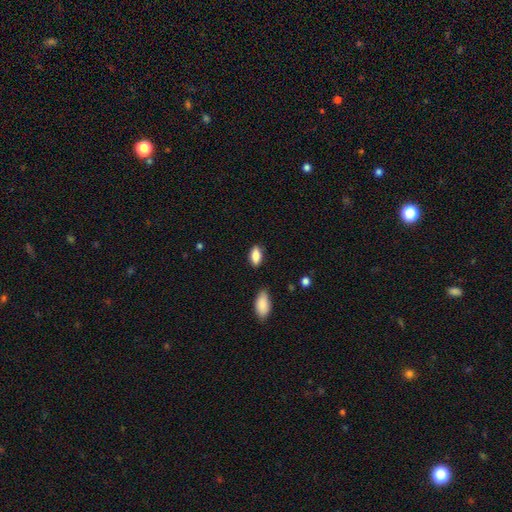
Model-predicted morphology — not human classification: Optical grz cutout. It shows a smooth galaxy with no disk features (82%) that is in between round and cigar-shaped (87%). Merging: none (81%).